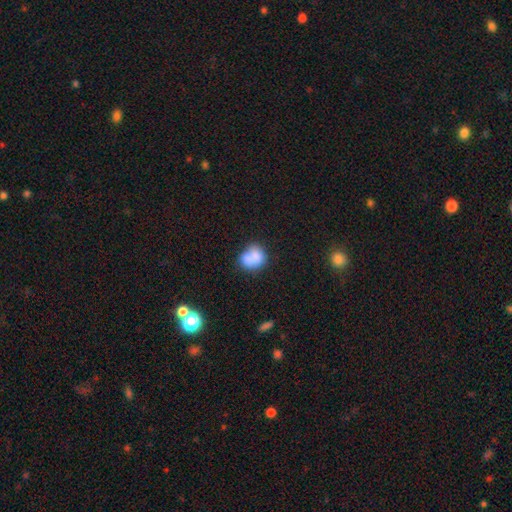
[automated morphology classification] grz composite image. It shows a smooth galaxy with no disk features (76%) that is round (61%). Merging: none (38%).